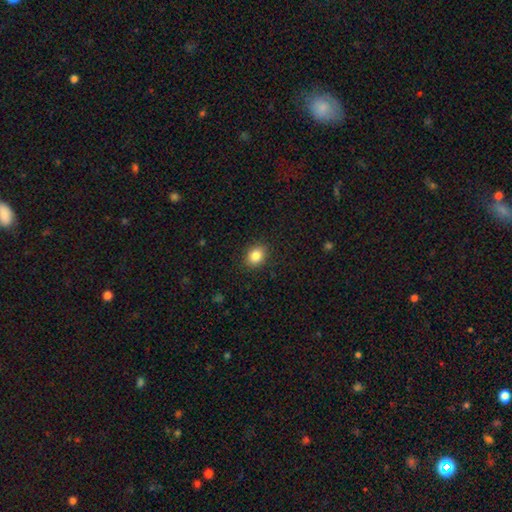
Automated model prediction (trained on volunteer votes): A smooth galaxy with no disk features (86%) that is in between round and cigar-shaped (53%). Merging: none (88%).